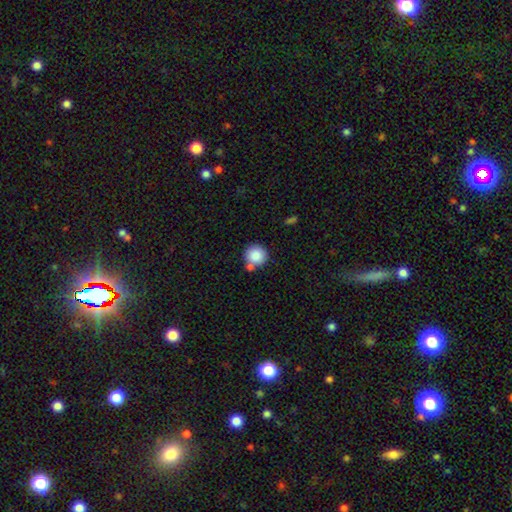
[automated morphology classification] Overall: smooth (86%). How rounded: round (94%). Merging: none (69%).